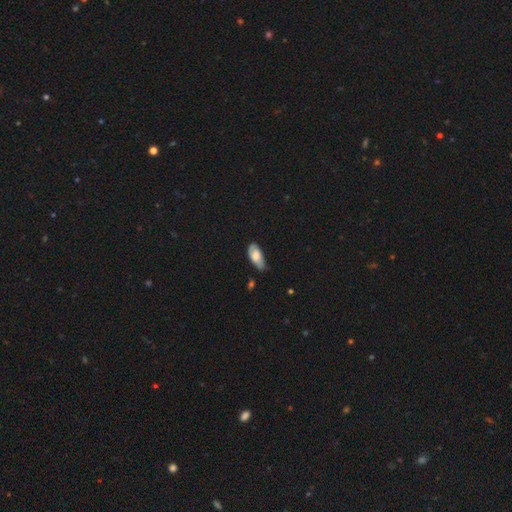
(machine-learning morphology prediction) Overall: smooth (65%; featured or disk 28%). How rounded: in between (89%). Merging: none (47%; minor disturbance 41%).